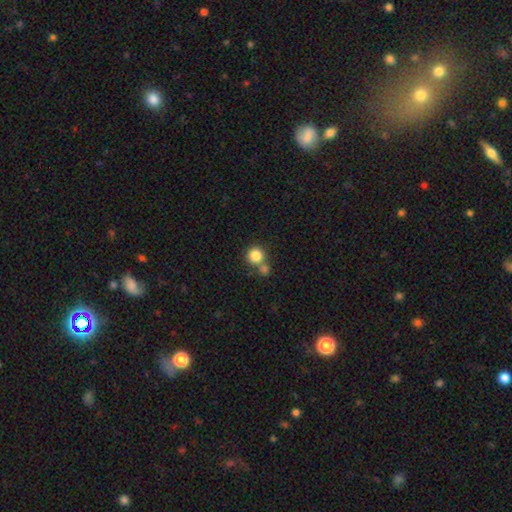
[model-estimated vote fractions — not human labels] Smooth or featured: smooth — 83% (star or artifact — 10%)
How rounded: round — 92% (in between — 7%)
Merging: none — 57% (merger — 32%)